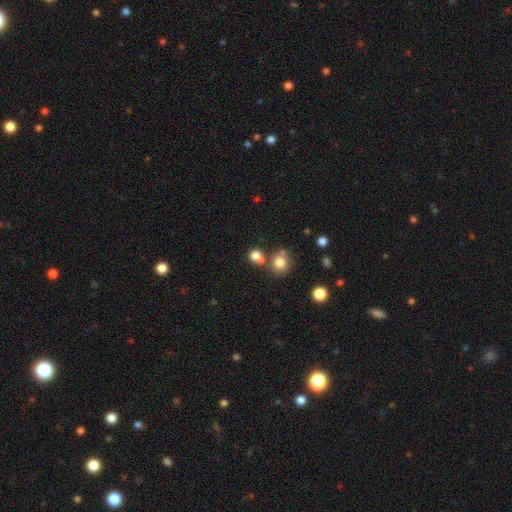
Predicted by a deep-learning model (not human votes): Smooth or featured: smooth — 79% (star or artifact — 13%)
How rounded: round — 84% (in between — 15%)
Merging: none — 55% (merger — 32%)